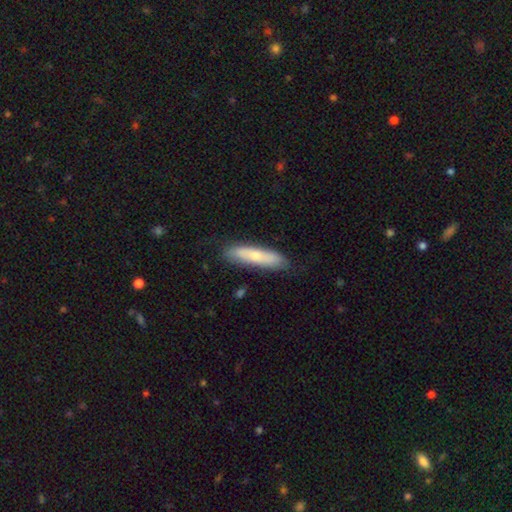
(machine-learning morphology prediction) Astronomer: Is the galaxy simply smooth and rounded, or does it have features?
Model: smooth — 64%.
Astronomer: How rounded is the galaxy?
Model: cigar-shaped — 77%.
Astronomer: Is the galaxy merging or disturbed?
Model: none — 81%.